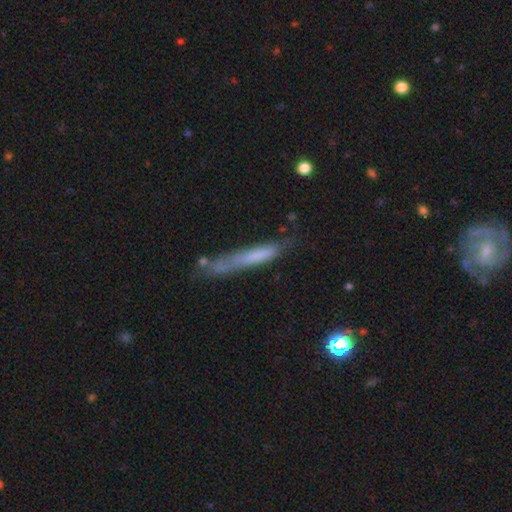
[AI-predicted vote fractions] smooth_or_featured: smooth (p=0.62) [alt: featured or disk p=0.30]
how_rounded: cigar-shaped (p=0.92) [alt: in between p=0.07]
merging: none (p=0.53) [alt: minor disturbance p=0.27]